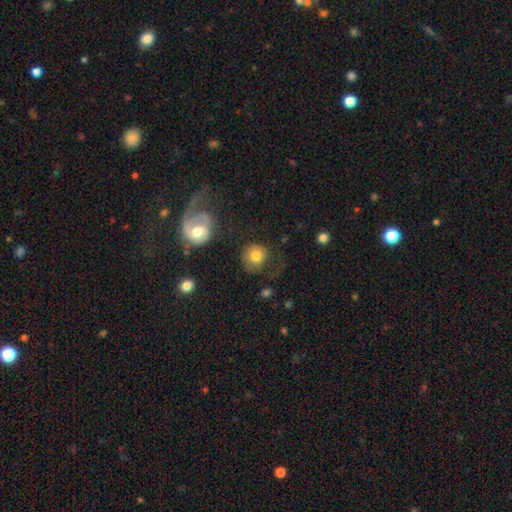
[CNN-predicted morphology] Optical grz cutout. It shows a smooth galaxy with no disk features (76%) that is round (84%). Merging: none (52%).